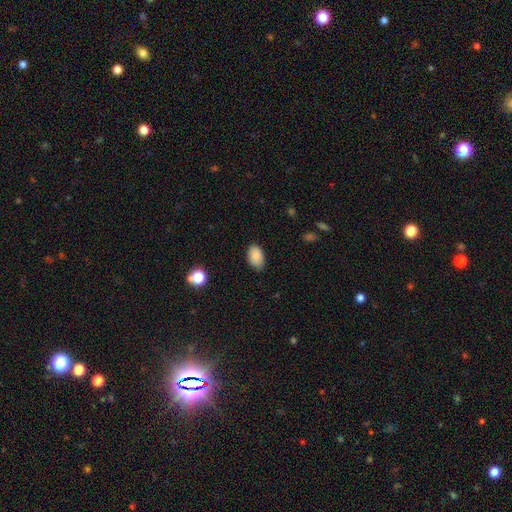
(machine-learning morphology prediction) Overall: smooth (87%). How rounded: in between (90%). Merging: none (79%).